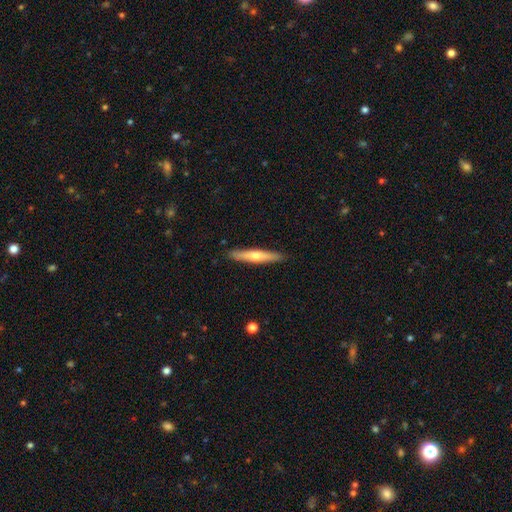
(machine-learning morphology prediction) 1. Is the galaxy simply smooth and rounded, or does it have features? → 50% smooth, 45% featured or disk, 5% star or artifact.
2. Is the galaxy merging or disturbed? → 89% none, 8% minor disturbance, 2% major disturbance, 1% merger.